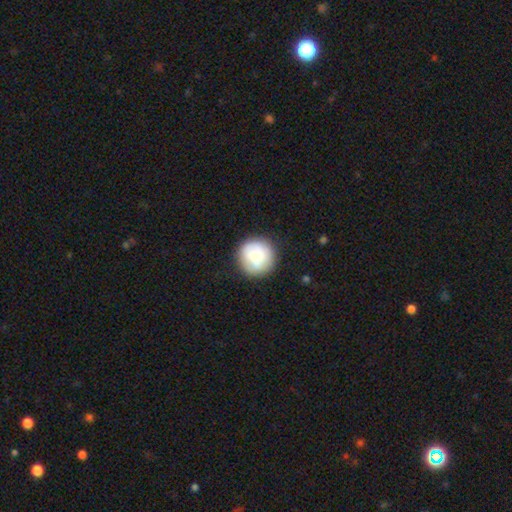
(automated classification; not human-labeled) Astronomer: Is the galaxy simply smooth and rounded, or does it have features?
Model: smooth — 68%.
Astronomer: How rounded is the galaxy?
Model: round — 94%.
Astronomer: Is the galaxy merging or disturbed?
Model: none — 81%.